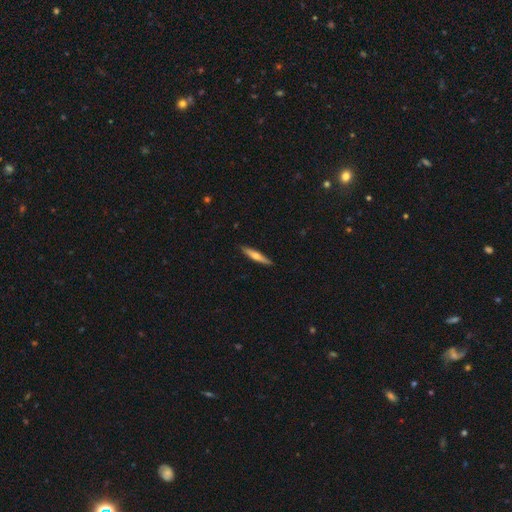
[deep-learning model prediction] The model was most divided on "smooth or featured": smooth: 49%, featured or disk: 45%, star or artifact: 5%. More confident: merging — none (90%).